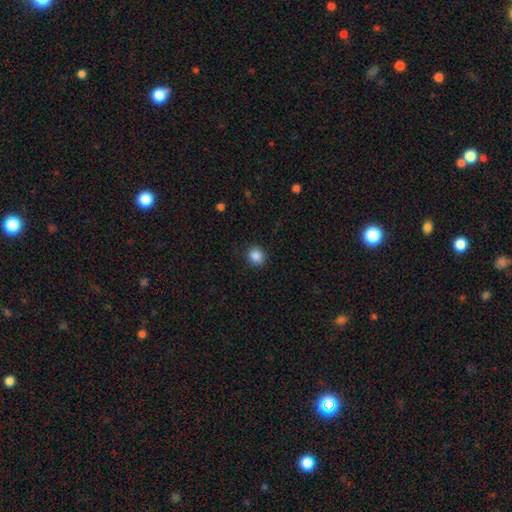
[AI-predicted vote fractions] smooth-or-featured: smooth: 88% | star or artifact: 10% | featured or disk: 3%
  how-rounded: round: 86% | in between: 13% | cigar-shaped: 1%
  merging: none: 90% | minor disturbance: 7% | major disturbance: 2% | merger: 1%